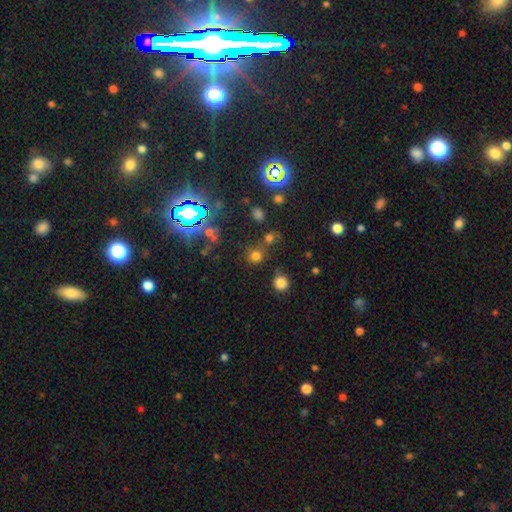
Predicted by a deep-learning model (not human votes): Overall: smooth (64%; star or artifact 30%). How rounded: round (89%). Merging: none (71%).